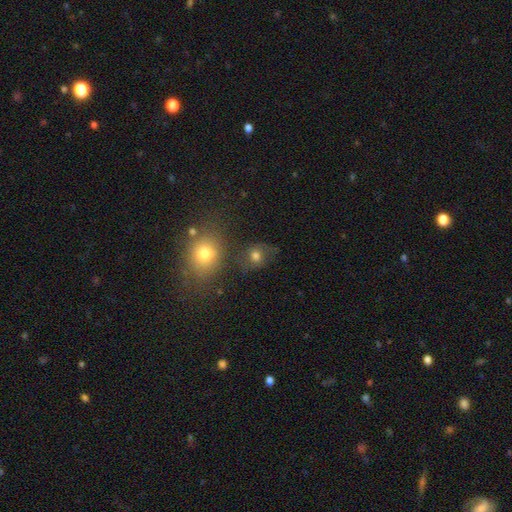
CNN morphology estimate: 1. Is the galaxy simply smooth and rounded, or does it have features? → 71% smooth, 16% star or artifact, 12% featured or disk.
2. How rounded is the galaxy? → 73% round, 26% in between, 1% cigar-shaped.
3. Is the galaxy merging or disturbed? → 59% none, 17% merger, 15% minor disturbance, 9% major disturbance.